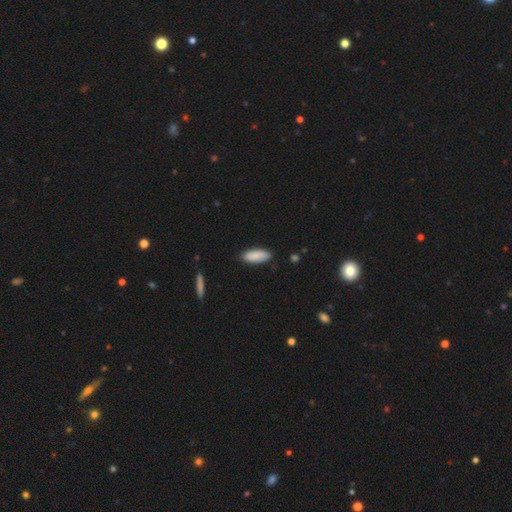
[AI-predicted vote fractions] smooth 89%, star or artifact 6%, featured or disk 6%. Down the decision tree: how rounded — in between (74%); merging — none (86%).